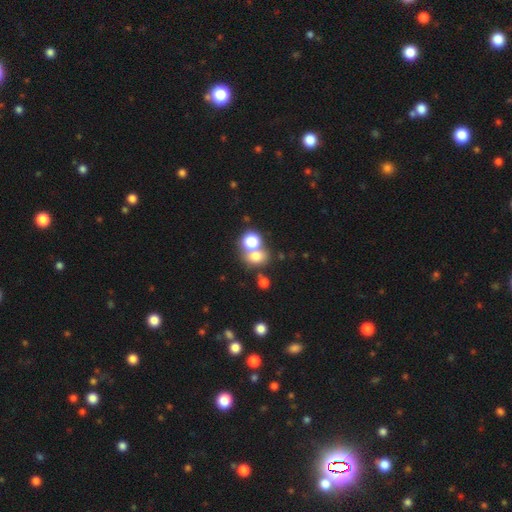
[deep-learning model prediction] This appears to be a smooth galaxy with no disk features (70%) that is round (61%). Merging: none (45%).